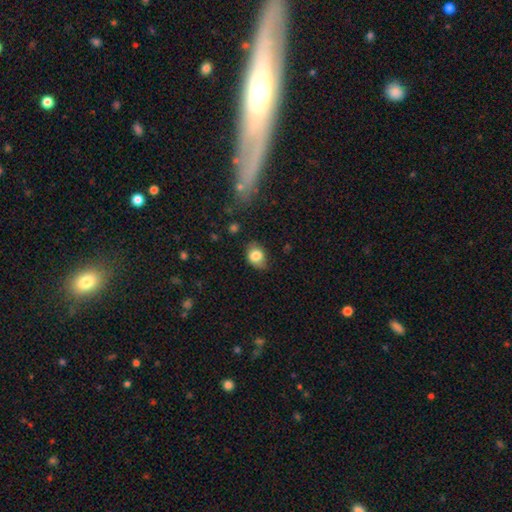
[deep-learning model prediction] smooth_or_featured: smooth (p=0.80) [alt: featured or disk p=0.12]
how_rounded: in between (p=0.67) [alt: round p=0.32]
merging: none (p=0.70) [alt: minor disturbance p=0.23]